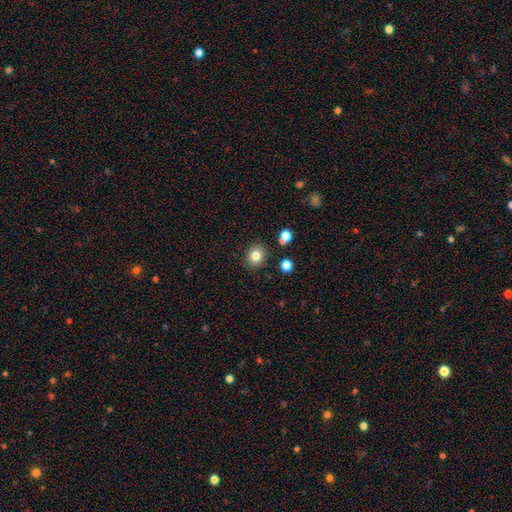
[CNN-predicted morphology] Smooth or featured: smooth — 81% (star or artifact — 12%)
How rounded: round — 79% (in between — 21%)
Merging: none — 86% (minor disturbance — 8%)